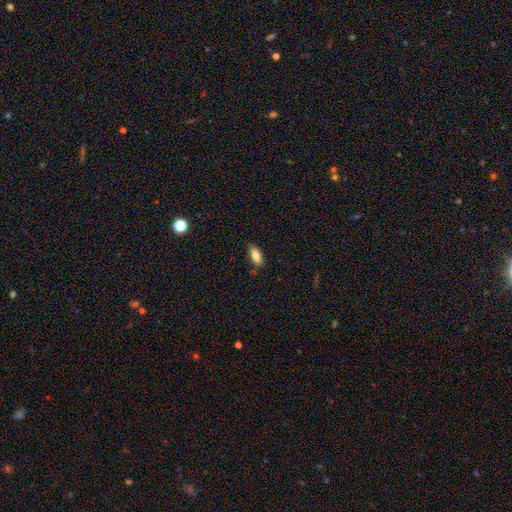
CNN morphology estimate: Q: Smooth or featured?
A: smooth (82%); runner-up: featured or disk (10%)
Q: How rounded?
A: in between (82%); runner-up: cigar-shaped (15%)
Q: Merging?
A: none (77%); runner-up: minor disturbance (18%)